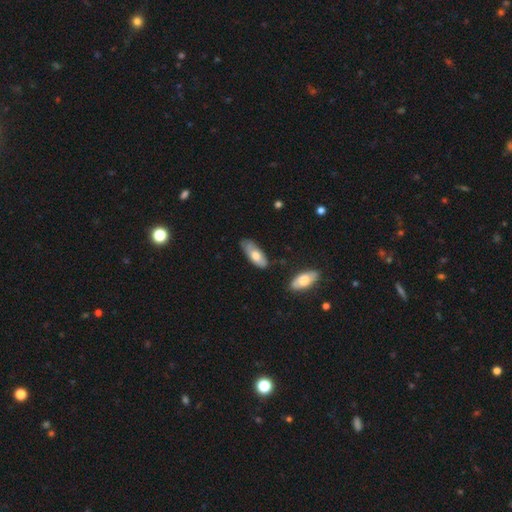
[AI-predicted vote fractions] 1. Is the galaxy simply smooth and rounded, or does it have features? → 64% smooth, 31% featured or disk, 5% star or artifact.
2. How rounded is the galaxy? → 77% in between, 21% cigar-shaped, 2% round.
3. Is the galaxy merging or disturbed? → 65% none, 26% minor disturbance, 5% major disturbance, 4% merger.